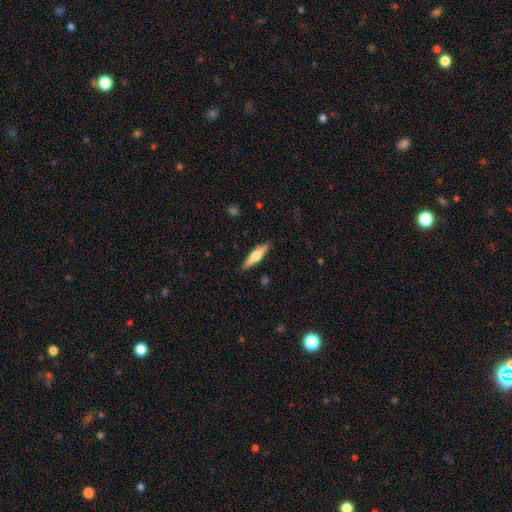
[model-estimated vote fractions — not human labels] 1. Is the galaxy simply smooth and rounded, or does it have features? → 50% smooth, 44% featured or disk, 6% star or artifact.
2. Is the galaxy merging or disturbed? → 89% none, 8% minor disturbance, 2% major disturbance, 1% merger.